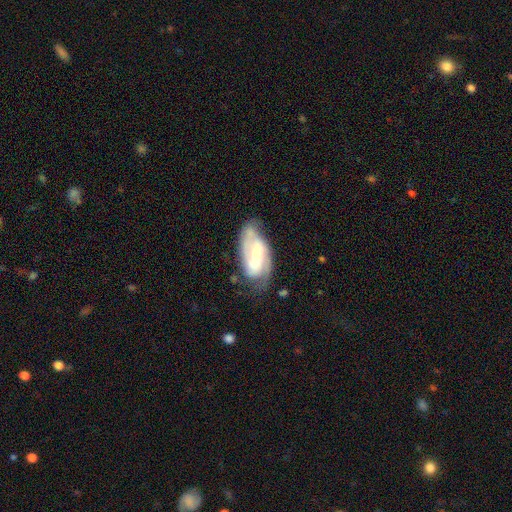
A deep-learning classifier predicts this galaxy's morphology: A featured or disk galaxy (80%) with a weak bar (41%), 2 (75%) medium (45%) spiral arms (93%) and a moderate central bulge (47%).

Vote fractions:
- Smooth or featured? featured or disk: 80% / smooth: 14% / star or artifact: 5%
- Edge-on disk? no: 95% / yes: 5%
- Bar? weak: 41% / strong: 32% / no: 27%
- Spiral arms? yes: 93% / no: 7%
- Spiral winding? medium: 45% / tight: 38% / loose: 16%
- Spiral arm count? 2: 75% / can't tell: 12% / 3: 7% / 1: 3% / 4: 2% / more than 4: 1%
- Bulge size? moderate: 47% / small: 45% / large: 5% / none: 2% / dominant: 1%
- Merging? none: 65% / minor disturbance: 24% / major disturbance: 9% / merger: 2%